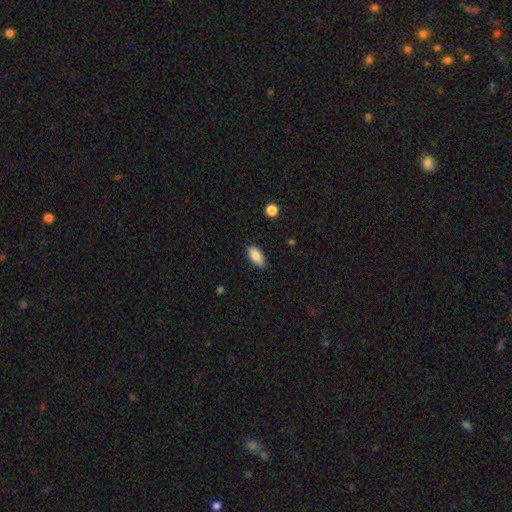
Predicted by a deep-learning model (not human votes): The model was most divided on "merging": none: 84%, minor disturbance: 13%, major disturbance: 2%, merger: 1%. More confident: how rounded — in between (92%); smooth or featured — smooth (88%).